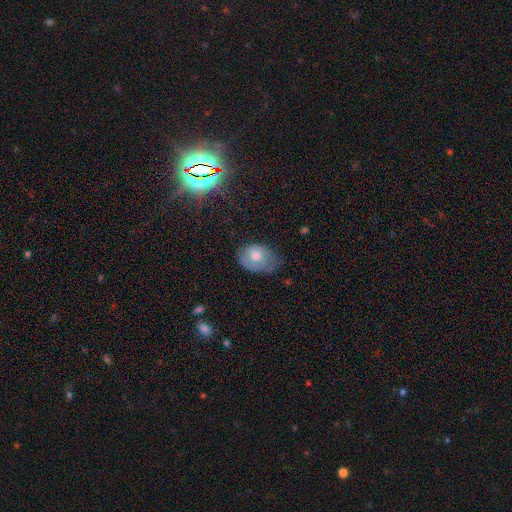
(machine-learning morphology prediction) smooth 50%, featured or disk 38%, star or artifact 12%. Down the decision tree: merging — none (55%).